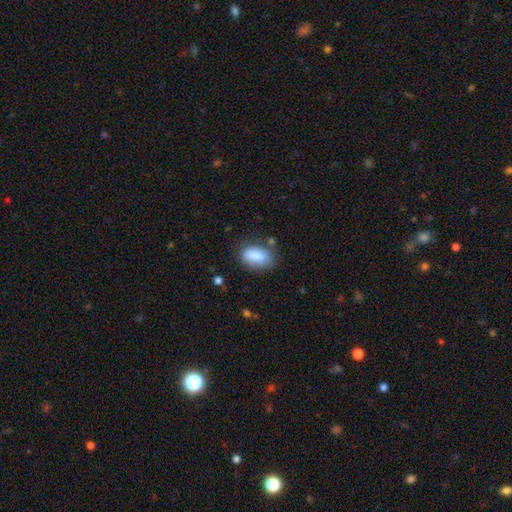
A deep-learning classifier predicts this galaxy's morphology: The model was most divided on "merging": none: 73%, minor disturbance: 18%, major disturbance: 5%, merger: 4%. More confident: how rounded — in between (90%); smooth or featured — smooth (85%).